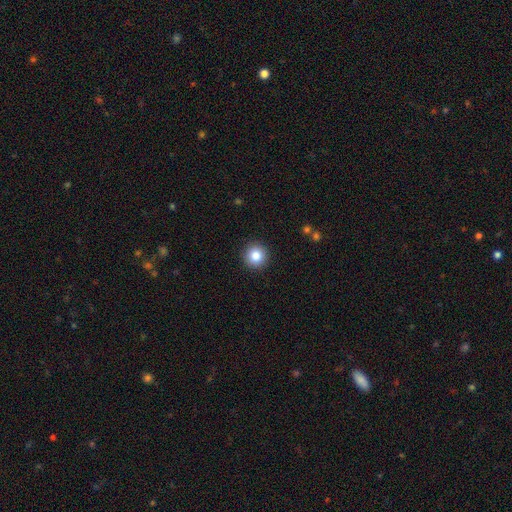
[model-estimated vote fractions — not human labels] Smooth or featured? Predicted: smooth (p=0.84). How rounded? Predicted: round (p=0.95). Merging? Predicted: none (p=0.92).